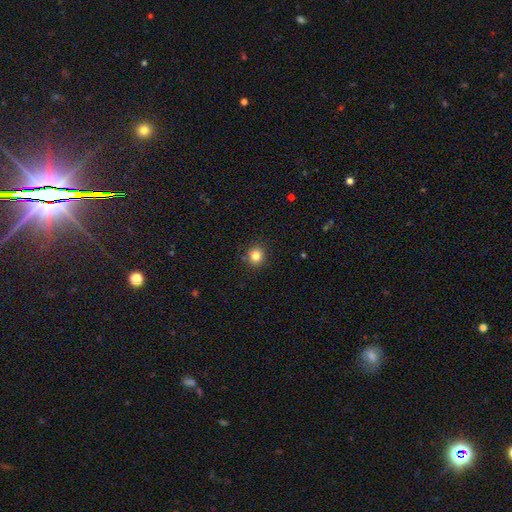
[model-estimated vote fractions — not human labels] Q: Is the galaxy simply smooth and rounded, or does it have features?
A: smooth — 82%.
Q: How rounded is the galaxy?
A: round — 86%.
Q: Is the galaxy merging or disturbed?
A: none — 87%.